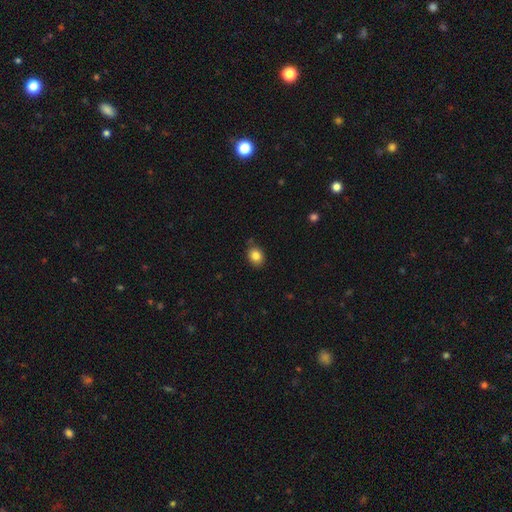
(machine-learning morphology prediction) Smooth or featured? smooth (83%)
How rounded? in between (54%)
Merging? none (80%)